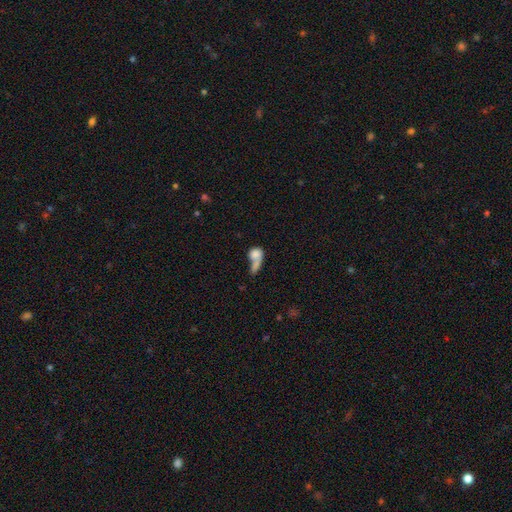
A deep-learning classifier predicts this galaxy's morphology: Smooth or featured: smooth — 72% (featured or disk — 19%)
How rounded: in between — 53% (round — 40%)
Merging: merger — 55% (none — 21%)